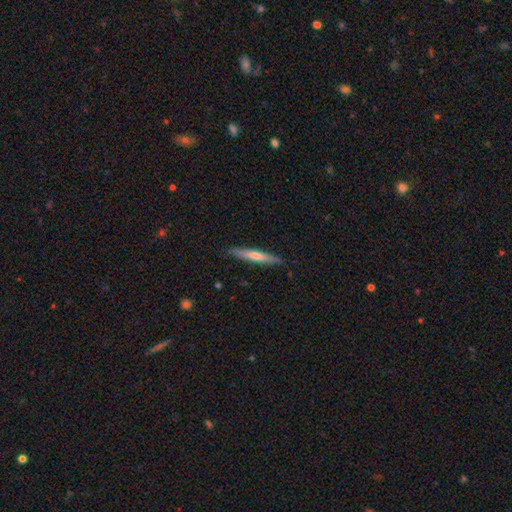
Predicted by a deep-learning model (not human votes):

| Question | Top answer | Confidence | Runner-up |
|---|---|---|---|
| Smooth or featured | smooth | 48% | featured or disk (47%) |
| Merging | none | 89% | minor disturbance (8%) |